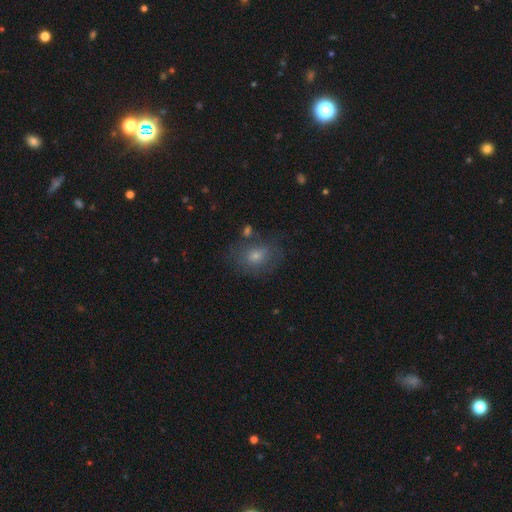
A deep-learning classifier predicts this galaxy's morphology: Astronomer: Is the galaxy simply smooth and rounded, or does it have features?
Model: smooth — 58%.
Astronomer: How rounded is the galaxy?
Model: round — 50% (runner-up: in between, 48%).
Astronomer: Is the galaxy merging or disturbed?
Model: none — 72%.